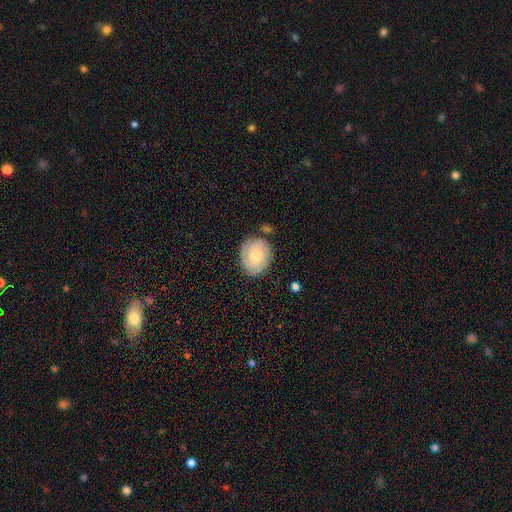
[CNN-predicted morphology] Smooth or featured? Predicted: featured or disk (p=0.51). Edge-on disk? Predicted: no (p=0.97). Merging? Predicted: none (p=0.77).